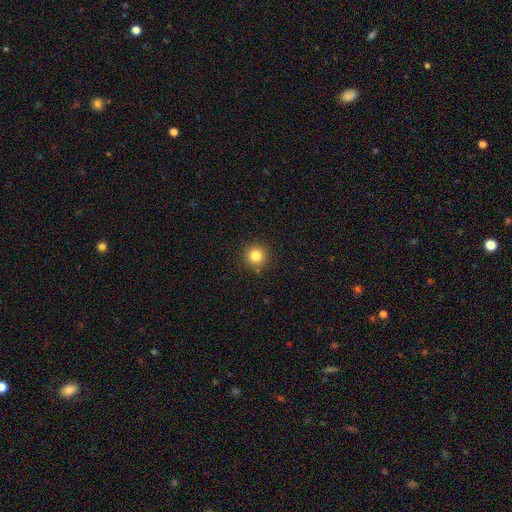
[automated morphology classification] Smooth or featured? smooth (82%)
How rounded? round (95%)
Merging? none (89%)